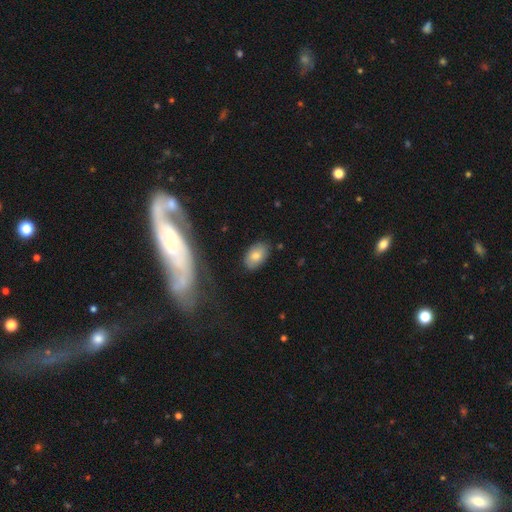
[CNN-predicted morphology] Smooth or featured?
  - smooth: 77% *
  - featured or disk: 14%
  - star or artifact: 9%
How rounded?
  - in between: 92% *
  - round: 7%
  - cigar-shaped: 2%
Merging?
  - none: 84% *
  - minor disturbance: 12%
  - major disturbance: 3%
  - merger: 2%